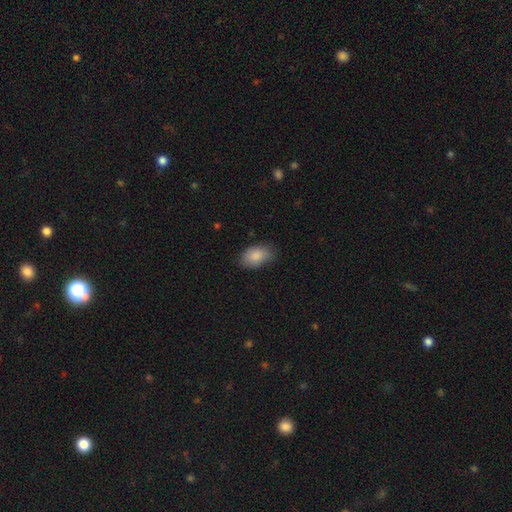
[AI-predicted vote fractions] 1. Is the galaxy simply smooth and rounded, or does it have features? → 87% smooth, 7% star or artifact, 6% featured or disk.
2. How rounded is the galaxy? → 90% in between, 9% round, 1% cigar-shaped.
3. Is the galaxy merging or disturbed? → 77% none, 19% minor disturbance, 4% major disturbance, 1% merger.